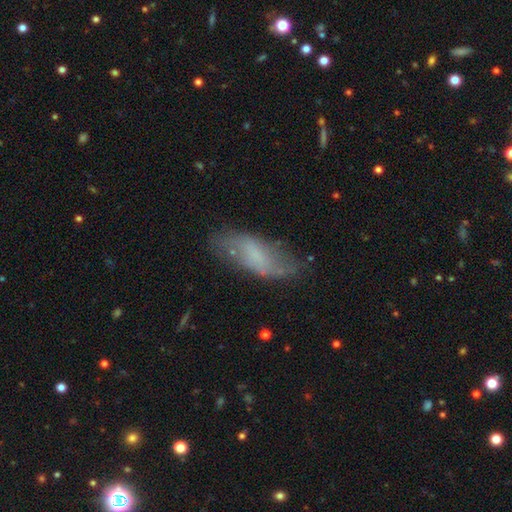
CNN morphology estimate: smooth-or-featured: smooth: 50% | featured or disk: 41% | star or artifact: 9%
  how-rounded: in between: 75% | cigar-shaped: 22% | round: 2%
  merging: none: 61% | minor disturbance: 25% | major disturbance: 11% | merger: 3%